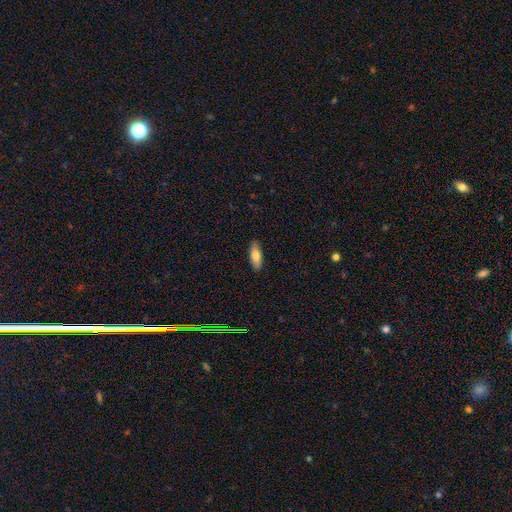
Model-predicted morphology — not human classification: type=smooth (78%); roundness=in between (65%); merging=none (89%).